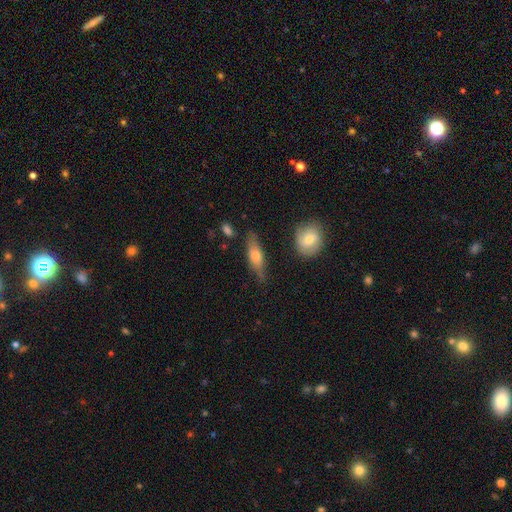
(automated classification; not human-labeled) Smooth or featured: smooth — 55% (featured or disk — 38%)
How rounded: cigar-shaped — 49% (in between — 47%)
Merging: none — 75% (minor disturbance — 18%)